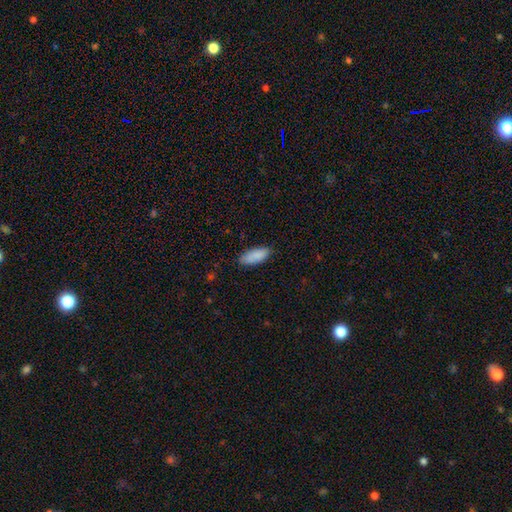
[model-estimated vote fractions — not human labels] Smooth or featured? smooth (89%)
How rounded? in between (85%)
Merging? none (84%)